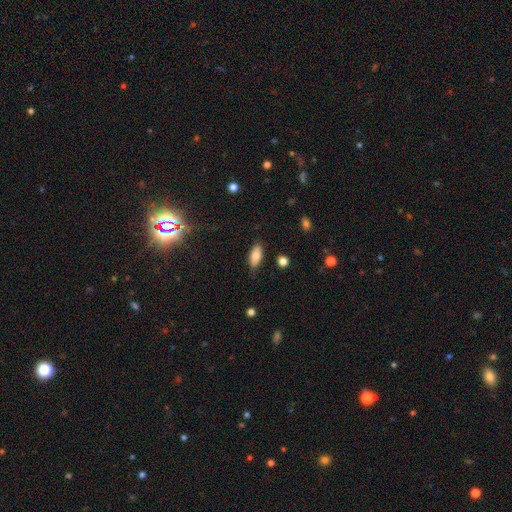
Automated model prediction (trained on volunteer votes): Morphology: type=smooth (78%); roundness=in between (88%); merging=none (83%).